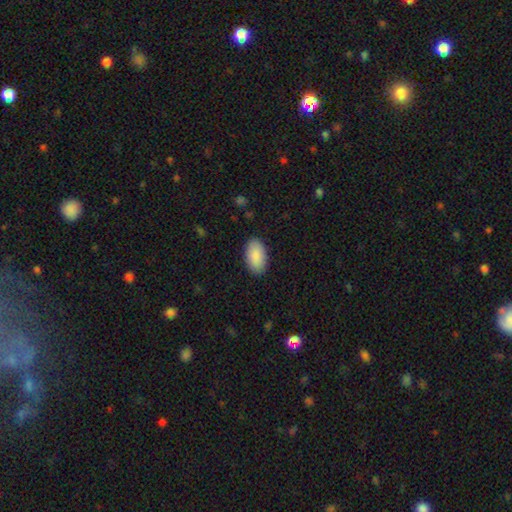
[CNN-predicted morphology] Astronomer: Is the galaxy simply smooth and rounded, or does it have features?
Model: smooth — 90%.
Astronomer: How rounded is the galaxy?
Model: in between — 95%.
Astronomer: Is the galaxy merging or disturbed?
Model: none — 88%.